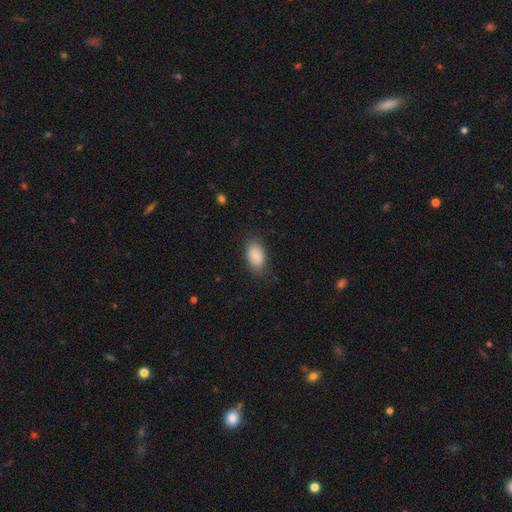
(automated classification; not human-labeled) smooth_or_featured: smooth (p=0.89) [alt: star or artifact p=0.07]
how_rounded: in between (p=0.92) [alt: round p=0.06]
merging: none (p=0.79) [alt: minor disturbance p=0.16]